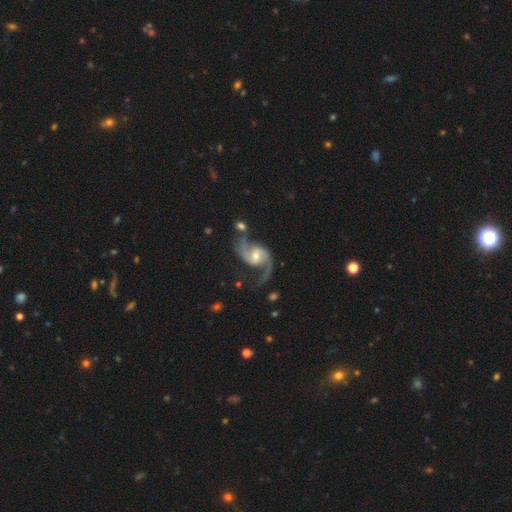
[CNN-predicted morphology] Smooth or featured? Predicted: featured or disk (p=0.91). Edge-on disk? Predicted: no (p=0.98). Bar? Predicted: weak (p=0.44, tied with no). Spiral arms? Predicted: yes (p=0.98). Spiral winding? Predicted: loose (p=0.51). Spiral arm count? Predicted: 2 (p=0.92). Bulge size? Predicted: moderate (p=0.62). Merging? Predicted: none (p=0.62).